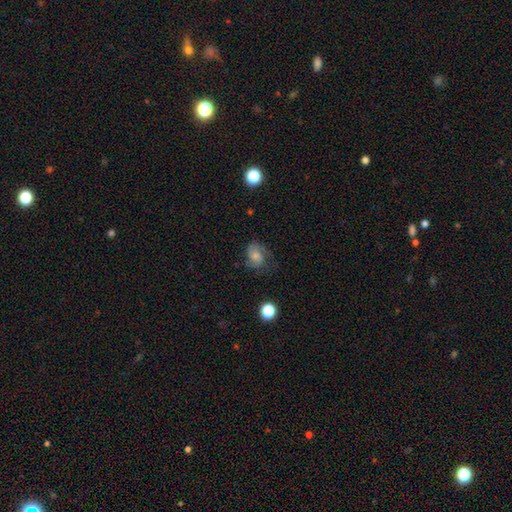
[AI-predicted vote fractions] Smooth or featured?
  - smooth: 53% *
  - featured or disk: 36%
  - star or artifact: 11%
How rounded?
  - in between: 58% *
  - round: 41%
  - cigar-shaped: 1%
Merging?
  - none: 50% *
  - minor disturbance: 28%
  - major disturbance: 20%
  - merger: 2%